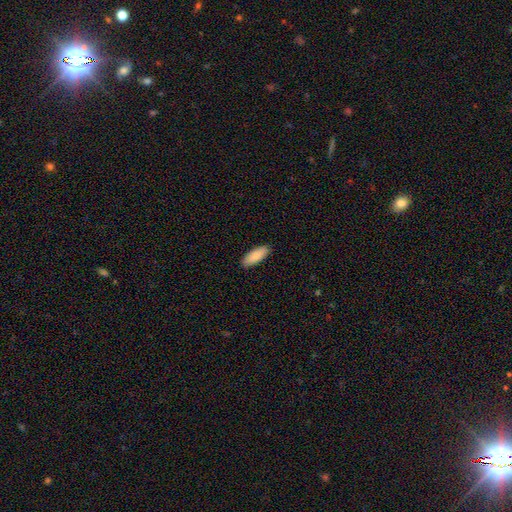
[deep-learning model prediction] Smooth or featured? Predicted: smooth (p=0.88). How rounded? Predicted: in between (p=0.70). Merging? Predicted: none (p=0.90).